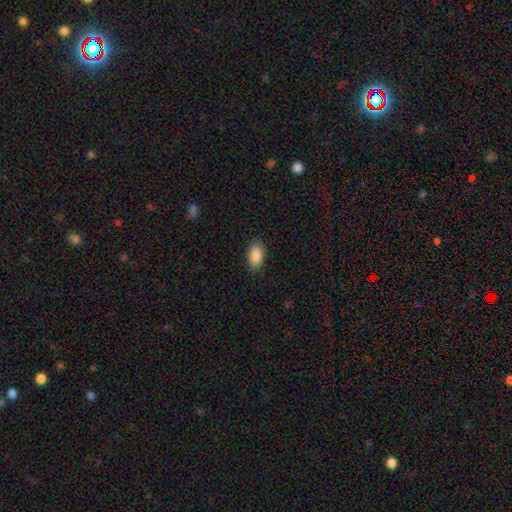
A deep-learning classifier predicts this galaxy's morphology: smooth_or_featured: smooth (p=0.89) [alt: star or artifact p=0.07]
how_rounded: in between (p=0.93) [alt: round p=0.05]
merging: none (p=0.87) [alt: minor disturbance p=0.09]